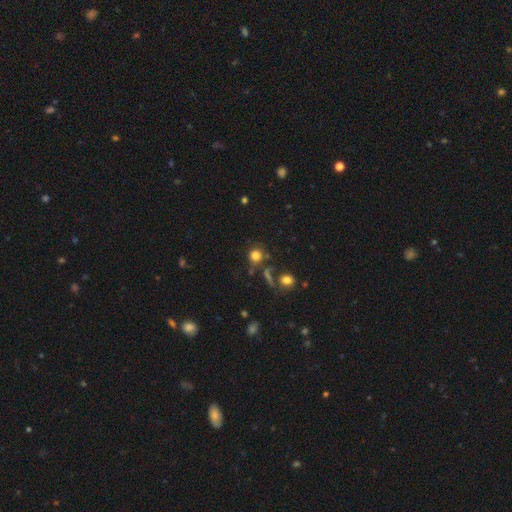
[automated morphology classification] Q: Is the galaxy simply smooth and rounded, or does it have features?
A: smooth — 78%.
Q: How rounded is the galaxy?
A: round — 88%.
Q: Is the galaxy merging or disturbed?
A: none — 70%.